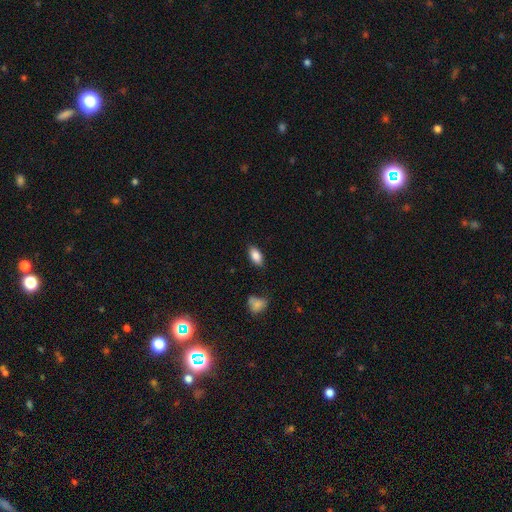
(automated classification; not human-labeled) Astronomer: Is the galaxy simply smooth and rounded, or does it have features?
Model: smooth — 84%.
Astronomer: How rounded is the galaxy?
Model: in between — 90%.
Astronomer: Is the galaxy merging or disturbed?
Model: none — 85%.